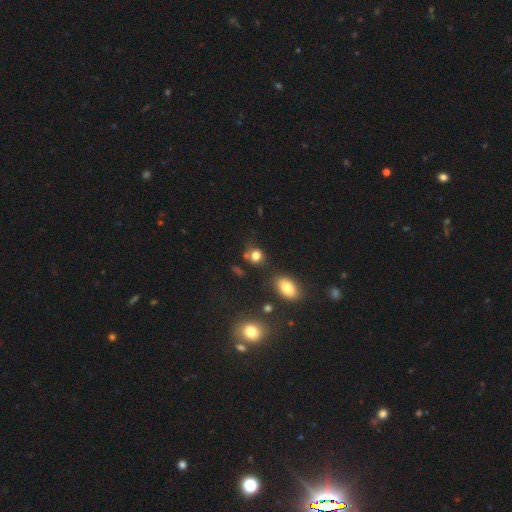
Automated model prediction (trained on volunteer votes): This is likely a smooth galaxy (78%). How rounded: likely round (67%). Merging: likely none (61%).